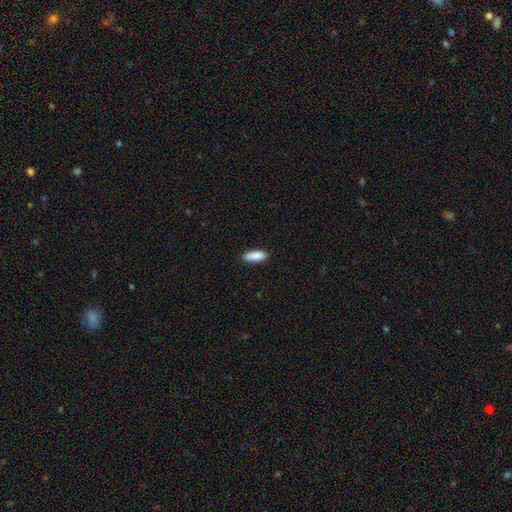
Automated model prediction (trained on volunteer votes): Smooth or featured? smooth (89%)
How rounded? in between (77%)
Merging? none (83%)